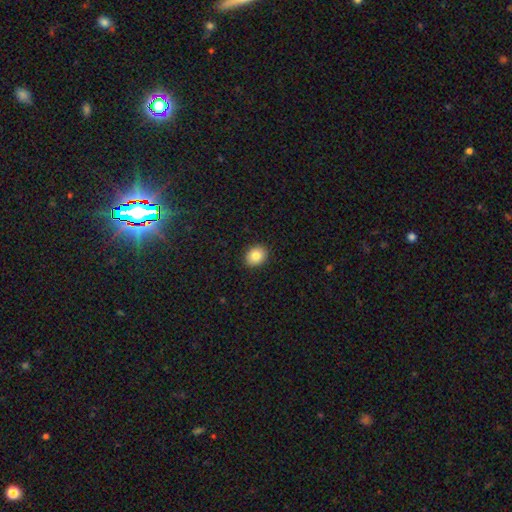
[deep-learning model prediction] Smooth or featured? smooth (84%)
How rounded? round (52%)
Merging? none (91%)